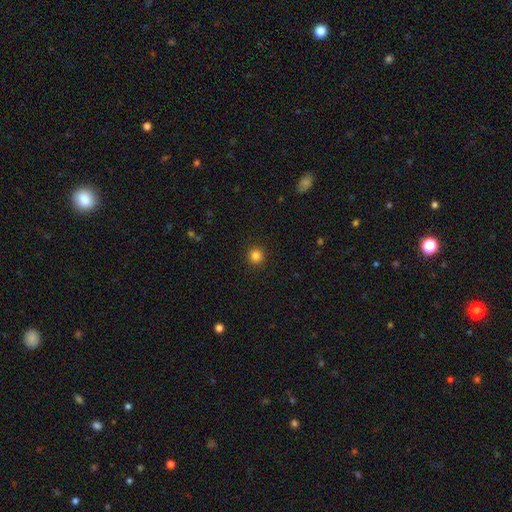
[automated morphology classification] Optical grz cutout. It shows a smooth galaxy with no disk features (83%) that is round (94%). Merging: none (93%).